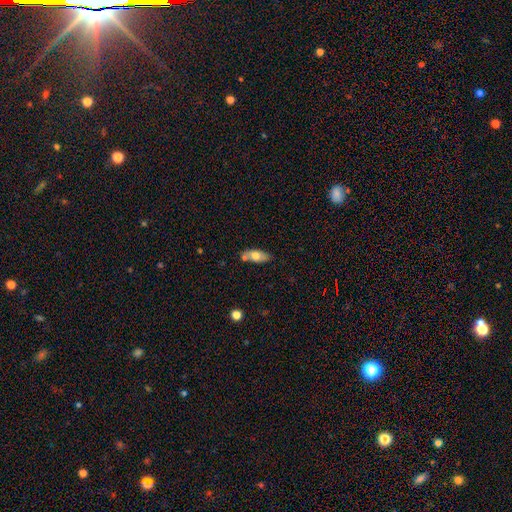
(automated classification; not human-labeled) Smooth or featured? Predicted: smooth (p=0.66). How rounded? Predicted: in between (p=0.84). Merging? Predicted: none (p=0.66).